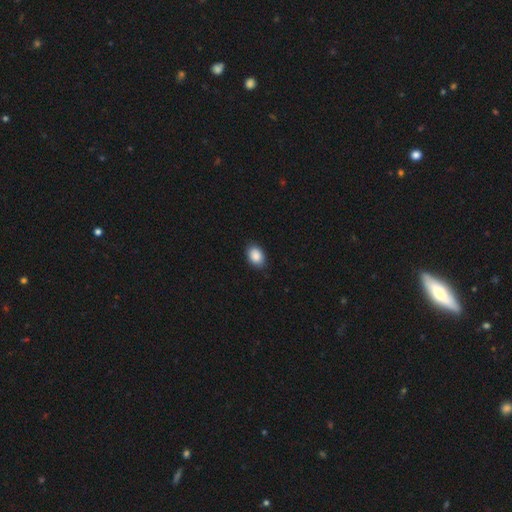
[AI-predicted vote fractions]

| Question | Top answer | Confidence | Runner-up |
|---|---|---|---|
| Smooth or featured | smooth | 89% | star or artifact (7%) |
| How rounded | in between | 78% | round (21%) |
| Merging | none | 86% | minor disturbance (11%) |